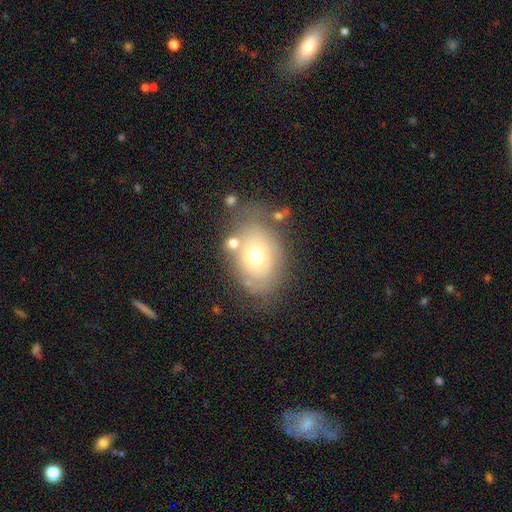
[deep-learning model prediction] Smooth or featured?
  - smooth: 62% *
  - featured or disk: 27%
  - star or artifact: 12%
How rounded?
  - in between: 74% *
  - round: 25%
  - cigar-shaped: 1%
Merging?
  - none: 65% *
  - minor disturbance: 19%
  - merger: 8%
  - major disturbance: 8%